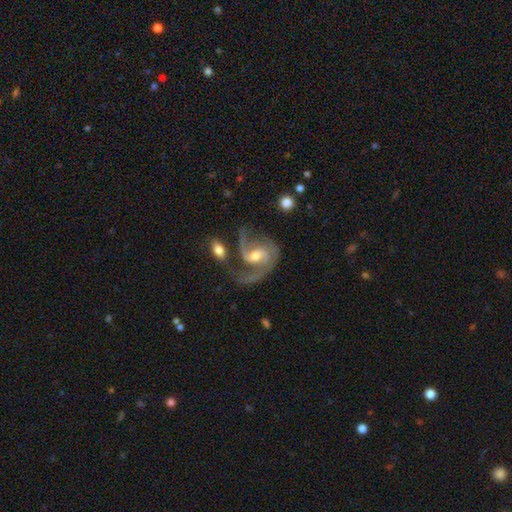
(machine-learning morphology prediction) featured or disk 90%, smooth 5%, star or artifact 5%. Down the decision tree: edge-on disk — no (98%); bar — weak (47%); spiral arms — yes (97%); spiral arm count — 2 (77%); spiral winding — medium (55%); bulge size — moderate (59%); merging — none (51%).